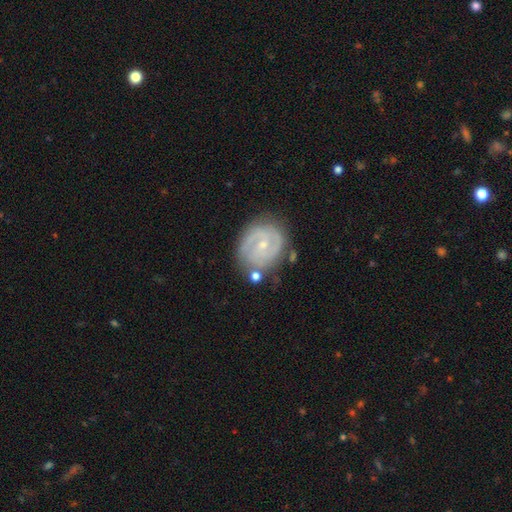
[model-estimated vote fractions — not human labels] Morphology: type=featured or disk (83%); edge-on=no (98%); bar=no (56%); spiral arms=yes (94%); winding=tight (56%); arm count=2 (59%); bulge=small (73%); merging=none (71%).